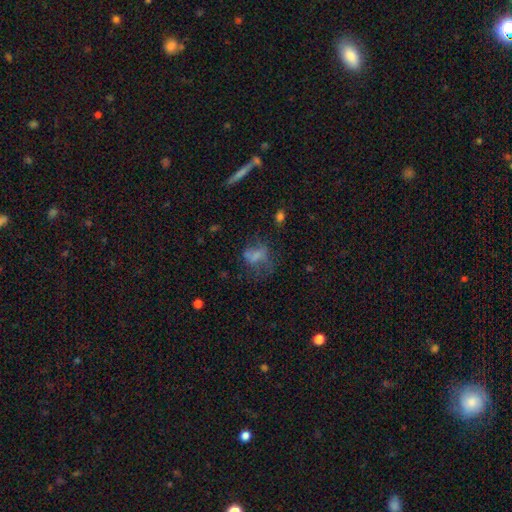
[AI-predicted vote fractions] This is possibly a smooth galaxy (51%). How rounded: likely in between (65%). Merging: marginally major disturbance (40%).